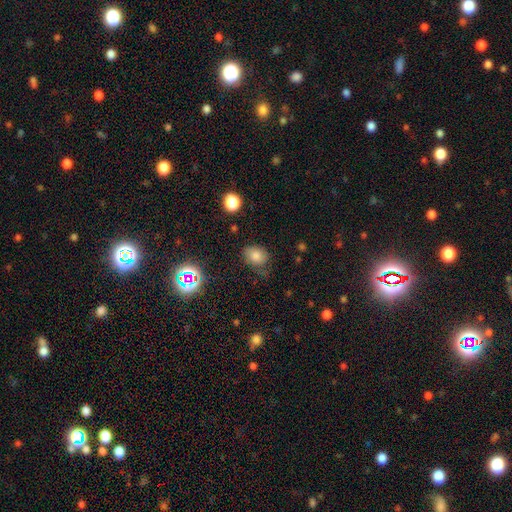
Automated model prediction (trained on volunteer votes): Morphology: type=smooth (75%); roundness=in between (59%); merging=none (65%).